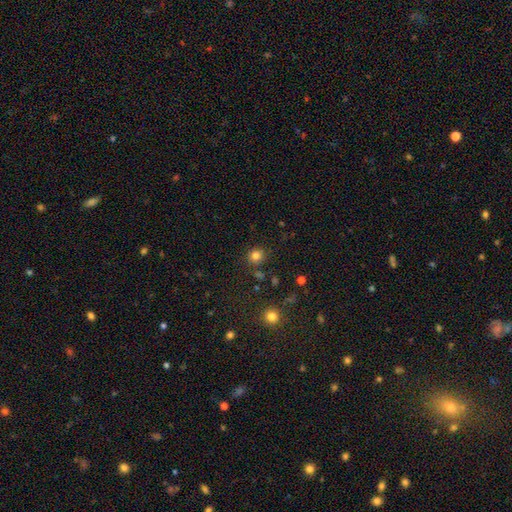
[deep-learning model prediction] A smooth galaxy with no disk features (81%) that is round (90%). Merging: none (84%).